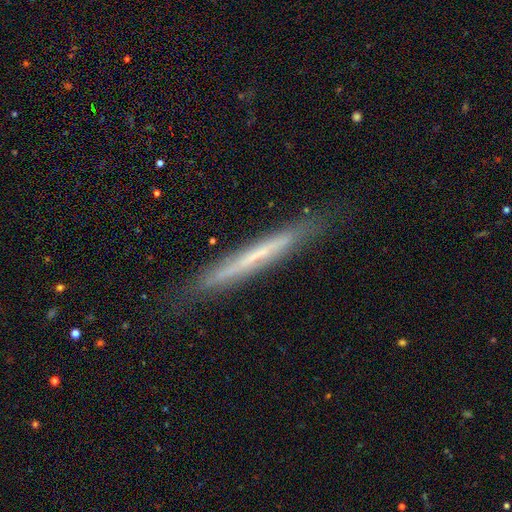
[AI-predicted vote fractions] This appears to be a featured or disk galaxy (52%) viewed edge-on (93%). Merging: none (84%).